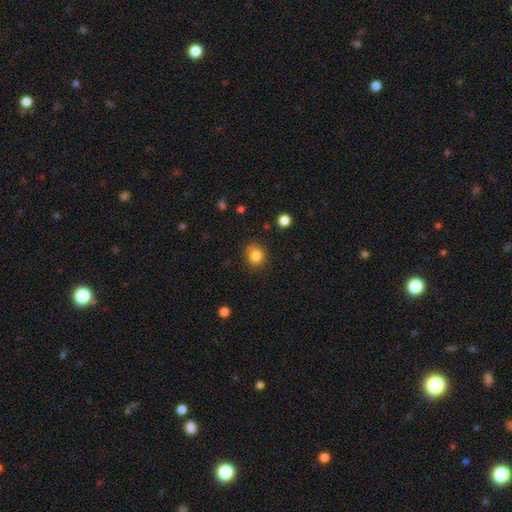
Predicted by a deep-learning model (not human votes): This appears to be a smooth galaxy with no disk features (83%) that is round (81%). Merging: none (77%).